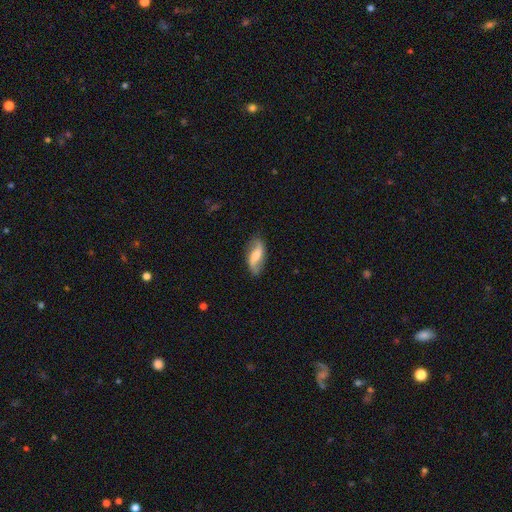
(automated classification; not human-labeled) A featured or disk galaxy (62%) with a weak bar (42%), spiral arms (89%) and a moderate central bulge (44%). Merging: none (78%).